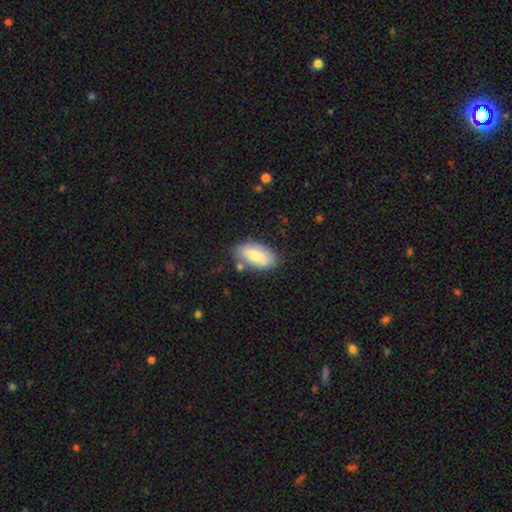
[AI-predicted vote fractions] Smooth or featured?
  - smooth: 75% *
  - featured or disk: 19%
  - star or artifact: 6%
How rounded?
  - in between: 90% *
  - cigar-shaped: 7%
  - round: 3%
Merging?
  - none: 73% *
  - minor disturbance: 16%
  - merger: 6%
  - major disturbance: 4%